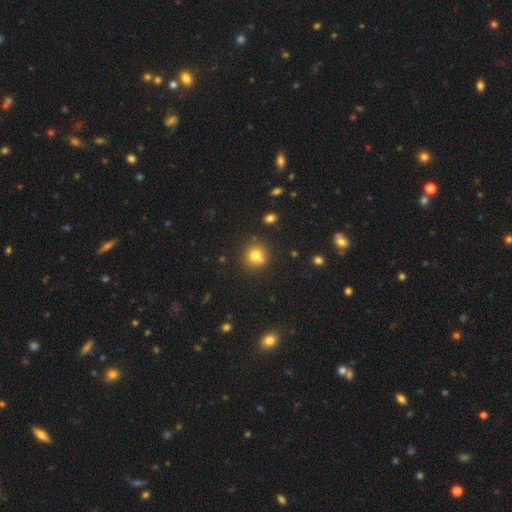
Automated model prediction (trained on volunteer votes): Q: Smooth or featured?
A: smooth (75%); runner-up: star or artifact (14%)
Q: How rounded?
A: round (90%); runner-up: in between (9%)
Q: Merging?
A: none (69%); runner-up: merger (18%)